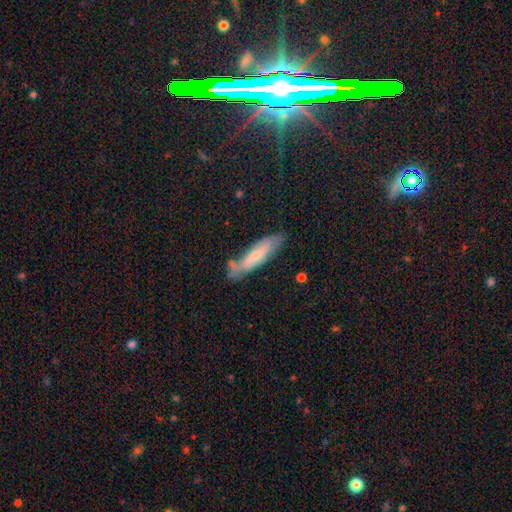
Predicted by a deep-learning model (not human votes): smooth_or_featured: smooth (p=0.56) [alt: featured or disk p=0.37]
how_rounded: cigar-shaped (p=0.70) [alt: in between p=0.28]
merging: none (p=0.60) [alt: minor disturbance p=0.25]